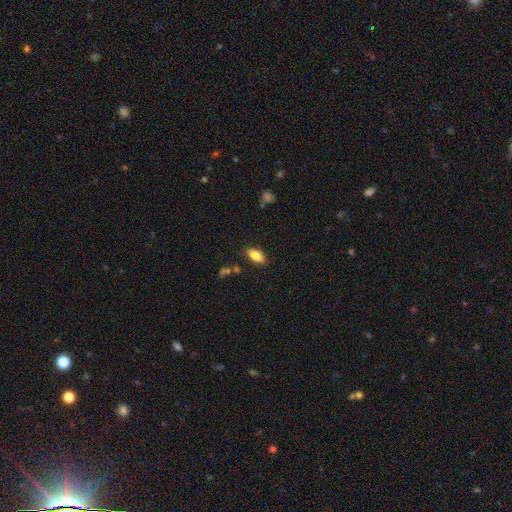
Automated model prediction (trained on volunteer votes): Smooth or featured: smooth — 81% (featured or disk — 11%)
How rounded: in between — 89% (cigar-shaped — 7%)
Merging: none — 84% (minor disturbance — 11%)